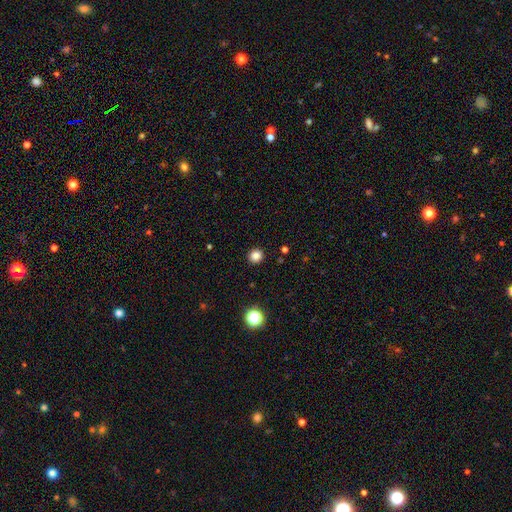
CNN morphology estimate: Smooth or featured? Predicted: smooth (p=0.83). How rounded? Predicted: round (p=0.93). Merging? Predicted: none (p=0.93).